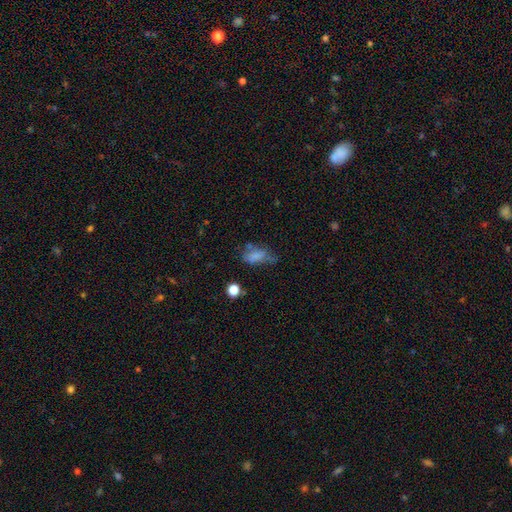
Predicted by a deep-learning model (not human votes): Q: Smooth or featured?
A: smooth (69%); runner-up: featured or disk (18%)
Q: How rounded?
A: in between (84%); runner-up: cigar-shaped (9%)
Q: Merging?
A: none (36%); runner-up: minor disturbance (31%)